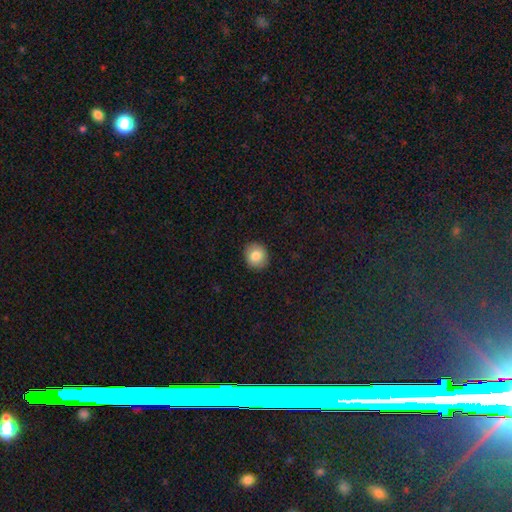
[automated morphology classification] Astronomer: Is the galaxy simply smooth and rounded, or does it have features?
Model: smooth — 84%.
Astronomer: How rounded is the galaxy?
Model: round — 77%.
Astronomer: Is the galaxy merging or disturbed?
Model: none — 91%.